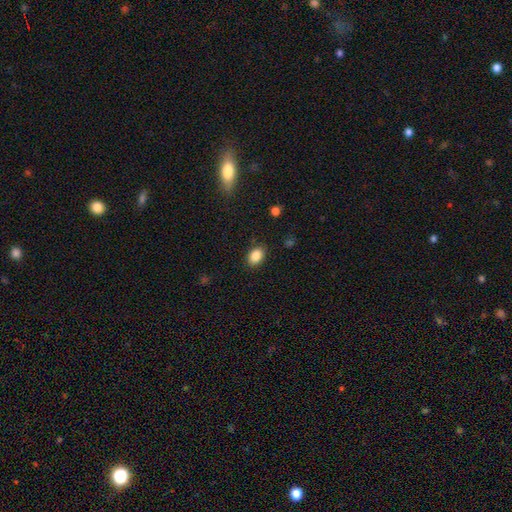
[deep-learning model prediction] Smooth or featured? smooth (87%)
How rounded? in between (80%)
Merging? none (86%)